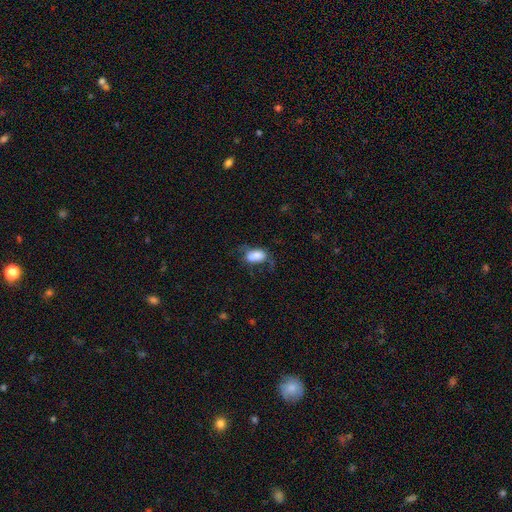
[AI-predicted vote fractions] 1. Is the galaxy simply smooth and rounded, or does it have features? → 78% smooth, 14% featured or disk, 8% star or artifact.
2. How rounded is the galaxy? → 91% in between, 6% round, 3% cigar-shaped.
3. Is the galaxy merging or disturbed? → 45% none, 28% minor disturbance, 23% major disturbance, 3% merger.